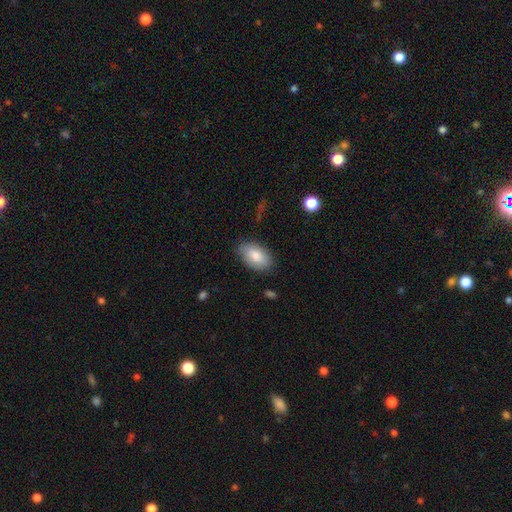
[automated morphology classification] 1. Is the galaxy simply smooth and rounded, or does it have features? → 84% smooth, 10% featured or disk, 6% star or artifact.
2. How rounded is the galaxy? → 94% in between, 4% round, 2% cigar-shaped.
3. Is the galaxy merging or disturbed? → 78% none, 17% minor disturbance, 4% major disturbance, 1% merger.